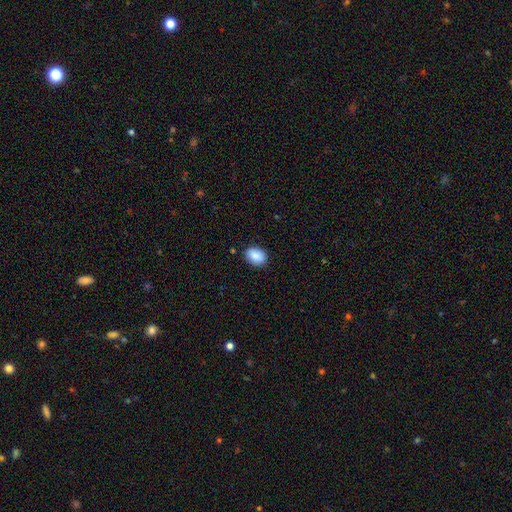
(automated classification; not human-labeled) A smooth galaxy with no disk features (87%) that is in between round and cigar-shaped (71%). Merging: none (87%).